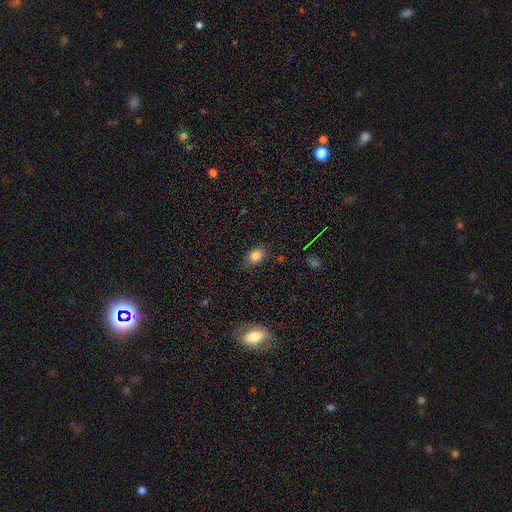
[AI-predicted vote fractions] This is clearly a smooth galaxy (82%). How rounded: likely in between (75%). Merging: likely none (79%).